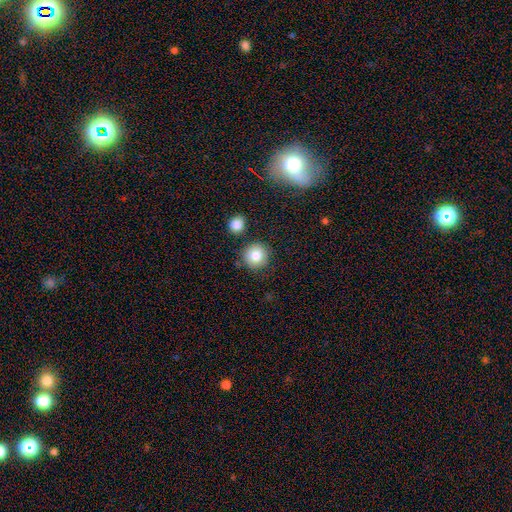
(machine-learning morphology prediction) type=smooth (82%); roundness=round (93%); merging=none (83%).